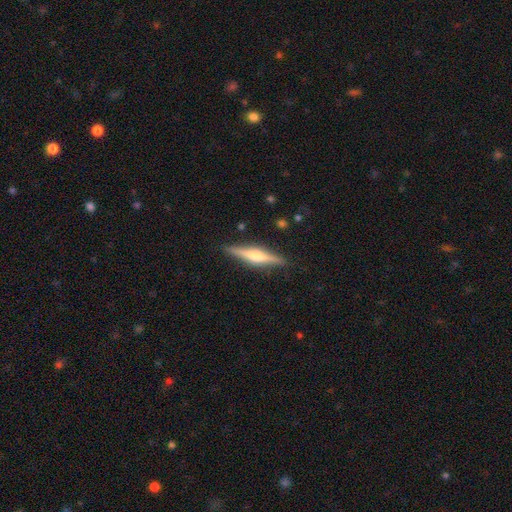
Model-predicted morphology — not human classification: The model was most divided on "smooth or featured": featured or disk: 69%, smooth: 25%, star or artifact: 6%. More confident: edge-on disk — yes (97%); merging — none (89%); edge-on bulge — rounded (88%).